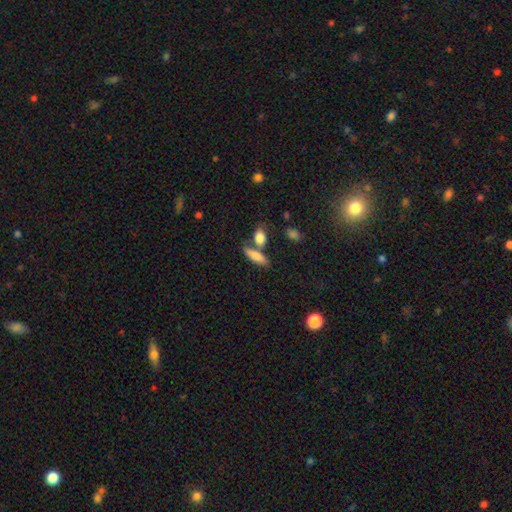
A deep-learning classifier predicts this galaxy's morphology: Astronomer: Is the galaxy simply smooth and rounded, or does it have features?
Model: smooth — 81%.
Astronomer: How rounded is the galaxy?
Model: in between — 55% (runner-up: cigar-shaped, 40%).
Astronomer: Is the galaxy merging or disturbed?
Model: none — 54% (runner-up: merger, 29%).